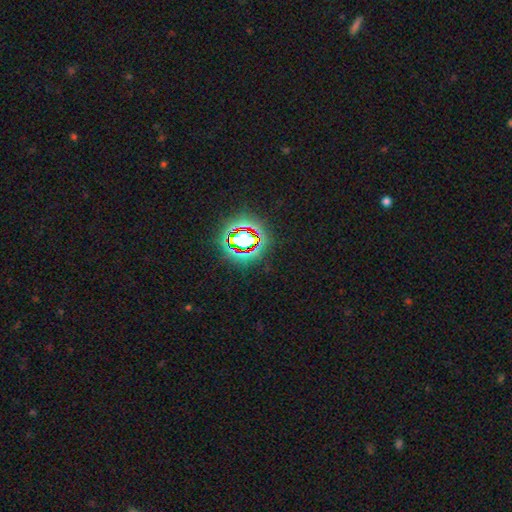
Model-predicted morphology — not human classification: A star or artifact, not a galaxy (76%).